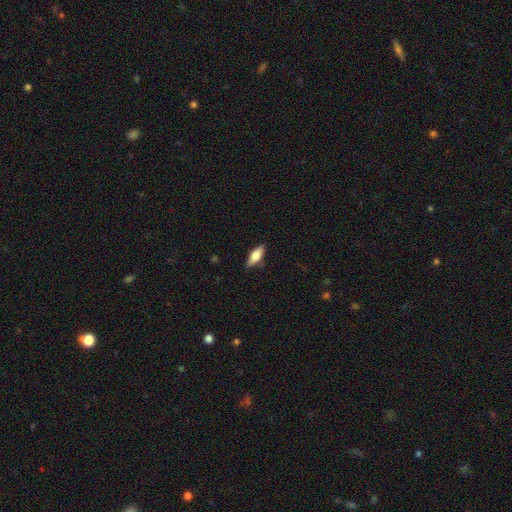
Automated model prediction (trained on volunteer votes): smooth_or_featured: smooth (p=0.63) [alt: featured or disk p=0.31]
how_rounded: in between (p=0.68) [alt: cigar-shaped p=0.29]
merging: none (p=0.84) [alt: minor disturbance p=0.12]